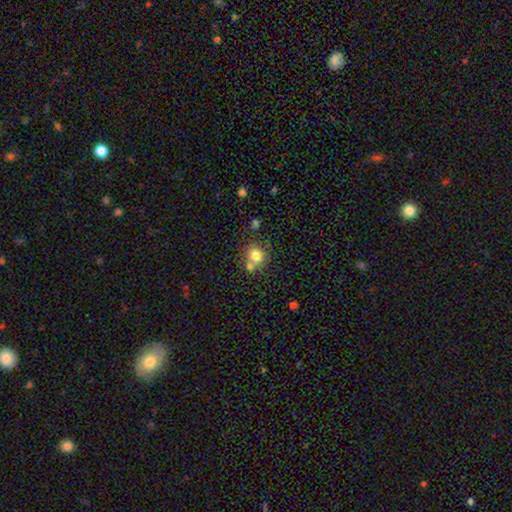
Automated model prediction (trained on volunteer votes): A smooth galaxy with no disk features (79%) that is round (79%).

Vote fractions:
- Smooth or featured? smooth: 79% / star or artifact: 11% / featured or disk: 10%
- How rounded? round: 79% / in between: 20% / cigar-shaped: 1%
- Merging? none: 56% / merger: 30% / minor disturbance: 10% / major disturbance: 4%